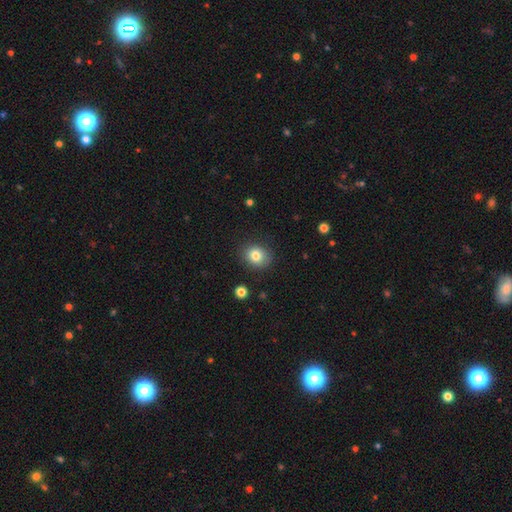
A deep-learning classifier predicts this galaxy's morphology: smooth_or_featured: smooth (p=0.80) [alt: star or artifact p=0.11]
how_rounded: round (p=0.68) [alt: in between p=0.31]
merging: none (p=0.87) [alt: minor disturbance p=0.09]